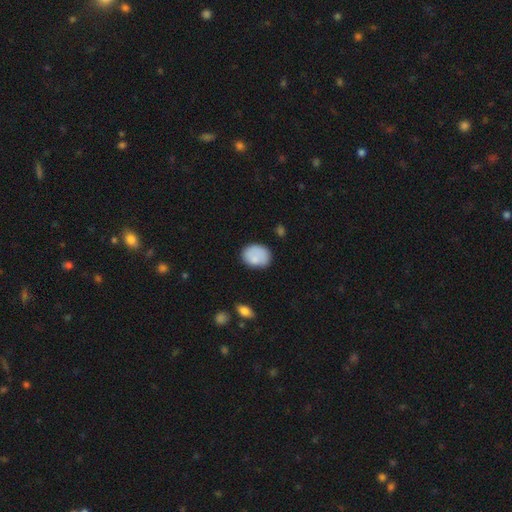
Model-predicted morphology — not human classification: Smooth or featured?
  - smooth: 82% *
  - featured or disk: 10%
  - star or artifact: 8%
How rounded?
  - in between: 61% *
  - round: 38%
  - cigar-shaped: 1%
Merging?
  - none: 66% *
  - minor disturbance: 22%
  - major disturbance: 6%
  - merger: 5%